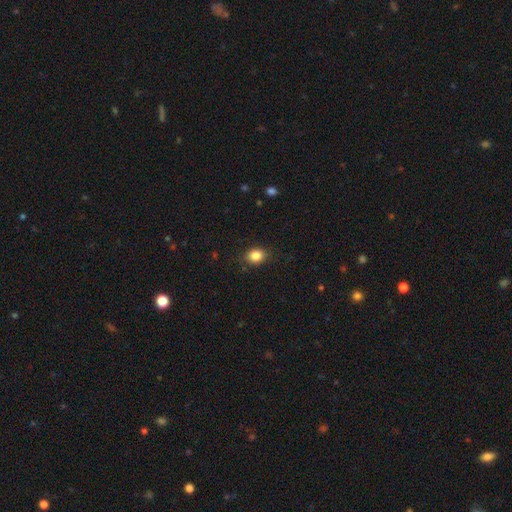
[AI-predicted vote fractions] The model was most divided on "how rounded": in between: 59%, round: 40%, cigar-shaped: 1%. More confident: smooth or featured — smooth (85%); merging — none (85%).